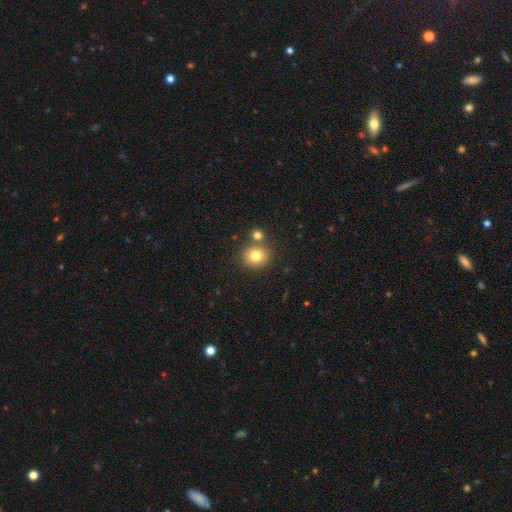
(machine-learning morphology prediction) This is likely a smooth galaxy (78%). How rounded: clearly round (82%). Merging: likely none (72%).